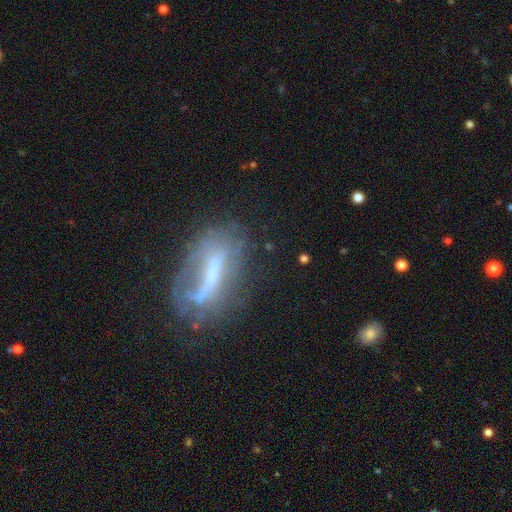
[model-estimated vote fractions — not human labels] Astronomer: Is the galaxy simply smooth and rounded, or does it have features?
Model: featured or disk — 56%.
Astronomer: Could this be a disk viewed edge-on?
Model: no — 71%.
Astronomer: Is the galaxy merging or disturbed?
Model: none — 61%.